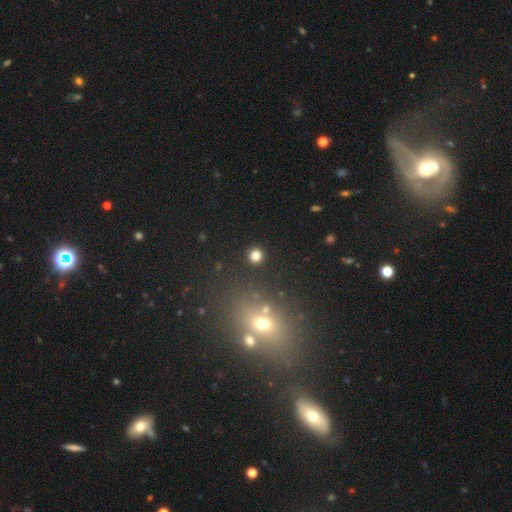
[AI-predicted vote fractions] Overall: smooth (81%). How rounded: round (92%). Merging: none (92%).